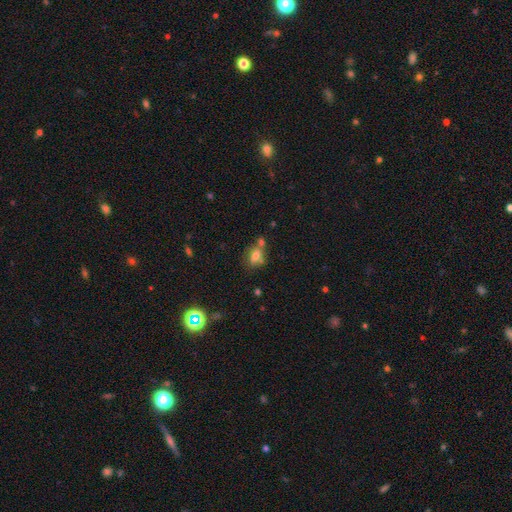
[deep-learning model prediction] smooth-or-featured: smooth: 70% | featured or disk: 16% | star or artifact: 13%
  how-rounded: in between: 70% | round: 27% | cigar-shaped: 3%
  merging: none: 51% | merger: 26% | minor disturbance: 17% | major disturbance: 6%